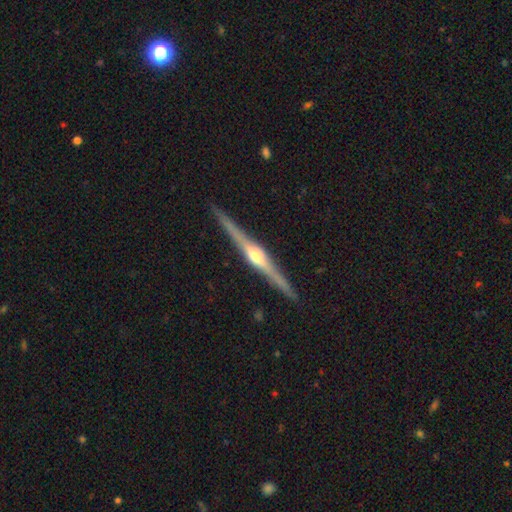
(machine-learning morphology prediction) The model was most divided on "smooth or featured": featured or disk: 89%, smooth: 7%, star or artifact: 5%. More confident: edge-on disk — yes (99%); merging — none (93%); edge-on bulge — rounded (90%).